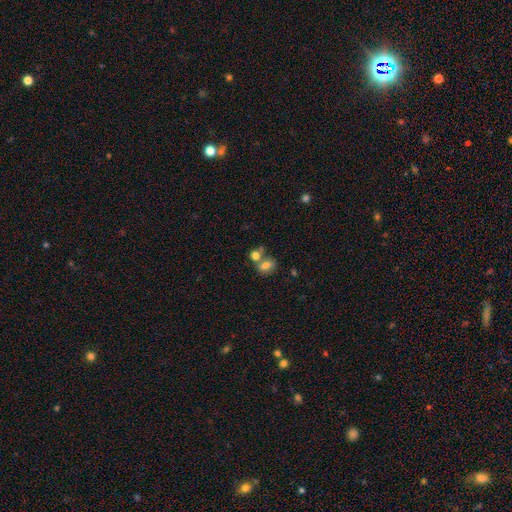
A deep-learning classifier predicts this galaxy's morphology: smooth-or-featured: smooth: 76% | featured or disk: 13% | star or artifact: 12%
  how-rounded: in between: 58% | round: 39% | cigar-shaped: 3%
  merging: merger: 49% | none: 36% | minor disturbance: 10% | major disturbance: 5%